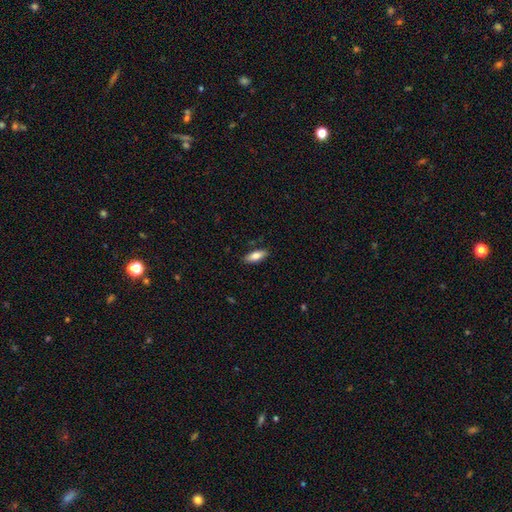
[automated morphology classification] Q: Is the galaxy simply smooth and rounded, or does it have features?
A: smooth — 79%.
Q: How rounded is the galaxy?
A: in between — 73%.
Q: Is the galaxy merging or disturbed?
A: none — 87%.